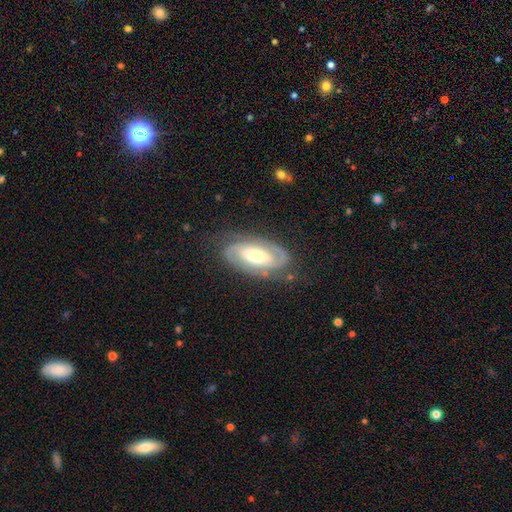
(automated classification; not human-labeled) A featured or disk galaxy (85%) with a weak bar (37%), 2 (87%) tight (52%) spiral arms (94%) and a moderate central bulge (61%). Merging: none (77%).